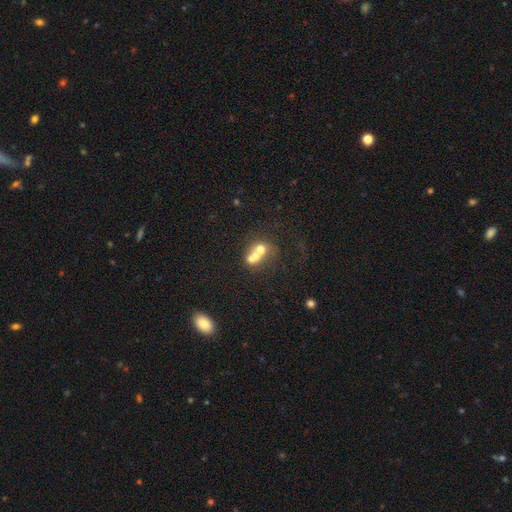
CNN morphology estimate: smooth_or_featured: smooth (p=0.56) [alt: featured or disk p=0.30]
how_rounded: round (p=0.66) [alt: in between p=0.33]
merging: merger (p=0.64) [alt: none p=0.23]